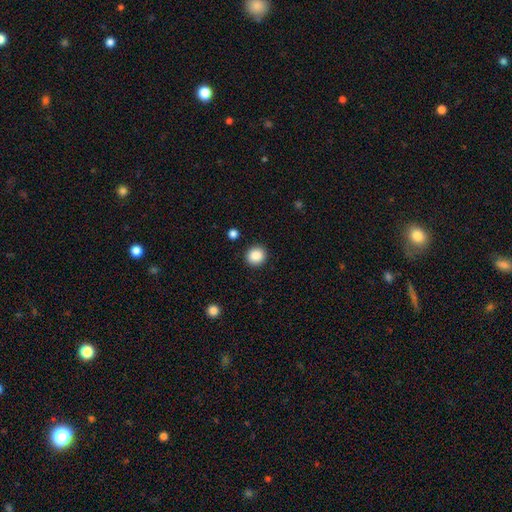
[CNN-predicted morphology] Smooth or featured? Predicted: smooth (p=0.88). How rounded? Predicted: round (p=0.90). Merging? Predicted: none (p=0.91).